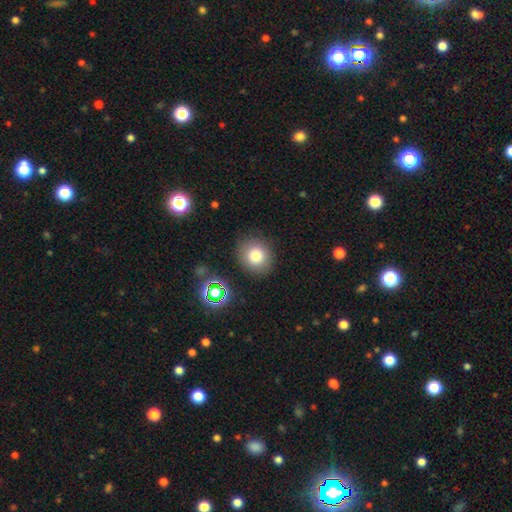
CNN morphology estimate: Smooth or featured? smooth (79%)
How rounded? round (75%)
Merging? none (85%)